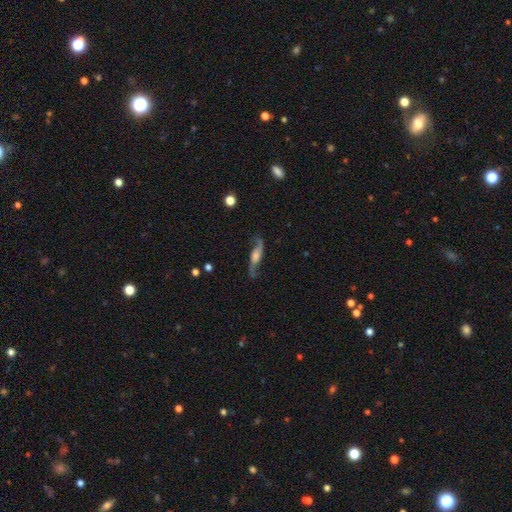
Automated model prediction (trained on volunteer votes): This is clearly a featured or disk galaxy (81%). It is likely not viewed edge-on (73%). Bar: possibly no (53%). Spiral arm pattern: clearly yes (95%). Spiral arm count: clearly 2 (92%). Spiral winding: likely loose (77%). Central bulge: marginally moderate (39%). Merging: likely none (75%).